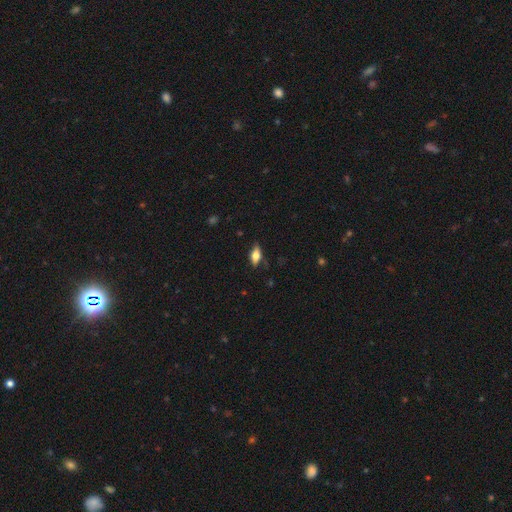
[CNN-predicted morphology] A smooth galaxy with no disk features (65%) that is in between round and cigar-shaped (81%).

Vote fractions:
- Smooth or featured? smooth: 65% / featured or disk: 27% / star or artifact: 8%
- How rounded? in between: 81% / cigar-shaped: 14% / round: 4%
- Merging? none: 77% / minor disturbance: 17% / major disturbance: 4% / merger: 2%